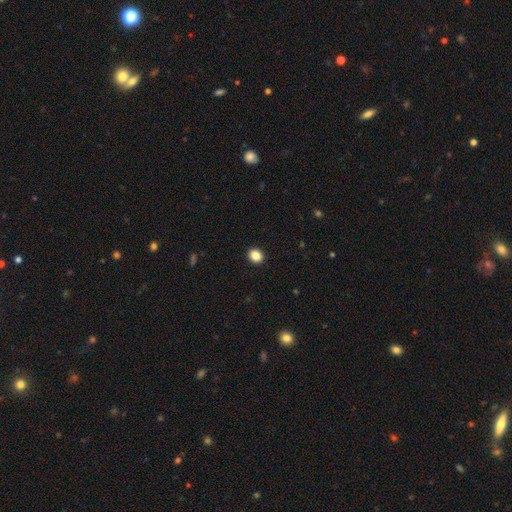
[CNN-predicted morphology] Smooth or featured? smooth (87%)
How rounded? round (63%)
Merging? none (92%)